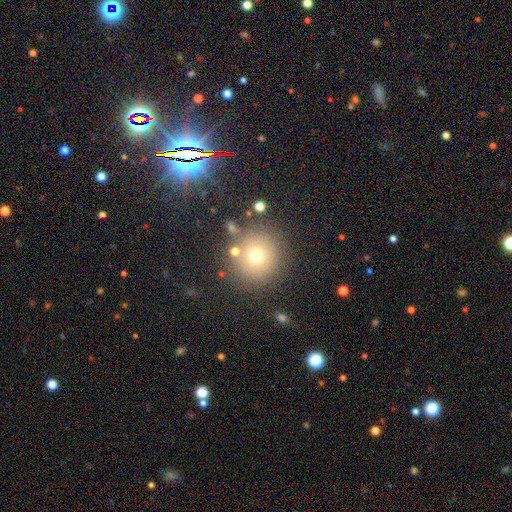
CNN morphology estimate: This is likely a smooth galaxy (69%). How rounded: clearly round (92%). Merging: likely none (79%).